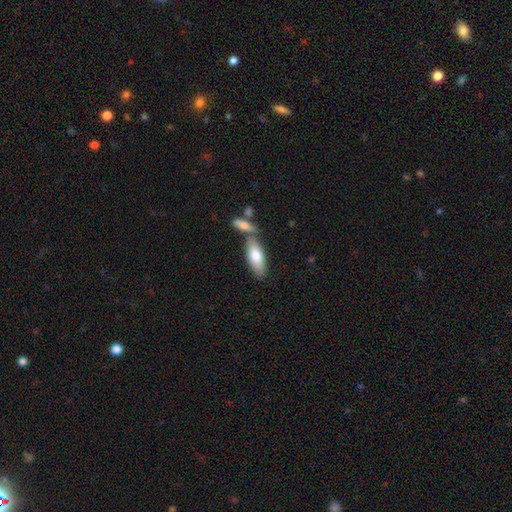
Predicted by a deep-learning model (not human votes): This is likely a smooth galaxy (74%). How rounded: likely in between (73%). Merging: possibly none (59%).